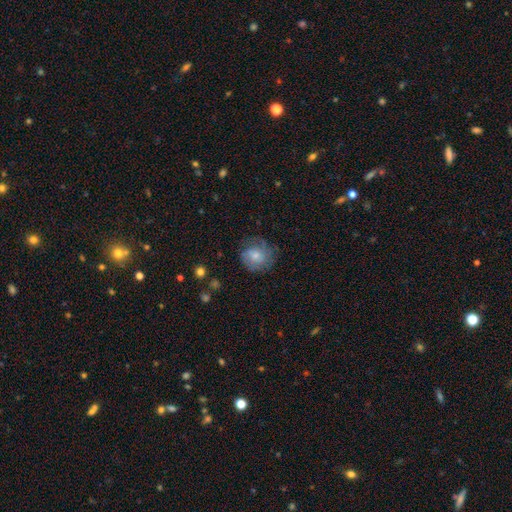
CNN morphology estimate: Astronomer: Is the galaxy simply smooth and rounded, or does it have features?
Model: smooth — 50% (runner-up: featured or disk, 42%).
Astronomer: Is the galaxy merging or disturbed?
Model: none — 63%.